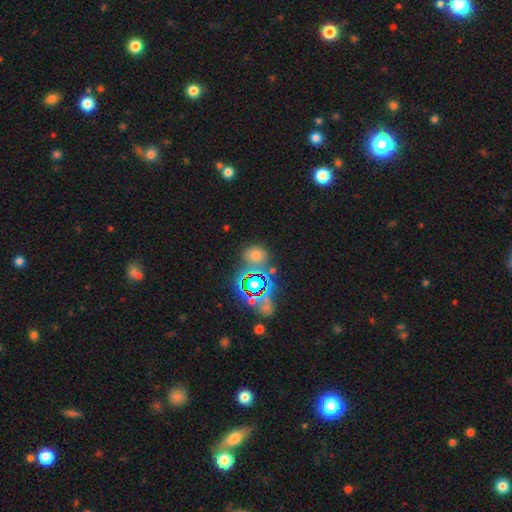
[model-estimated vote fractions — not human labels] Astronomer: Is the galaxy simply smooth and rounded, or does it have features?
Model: smooth — 54% (runner-up: star or artifact, 36%).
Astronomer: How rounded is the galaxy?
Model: round — 74%.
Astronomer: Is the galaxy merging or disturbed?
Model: none — 67%.